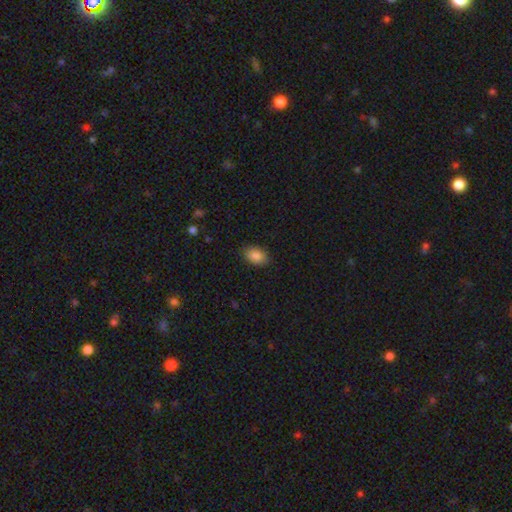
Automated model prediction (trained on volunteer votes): Morphology: type=smooth (87%); roundness=in between (89%); merging=none (88%).